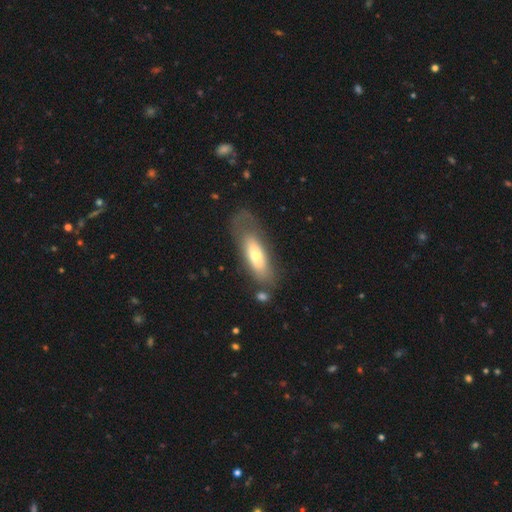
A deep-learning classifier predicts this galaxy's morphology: Smooth or featured: smooth — 54% (featured or disk — 39%)
How rounded: in between — 63% (cigar-shaped — 35%)
Merging: none — 52% (minor disturbance — 22%)